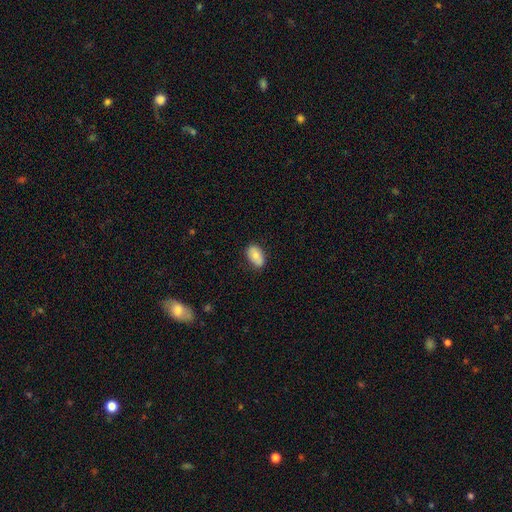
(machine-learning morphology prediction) Overall: smooth (77%). How rounded: in between (91%). Merging: none (78%).